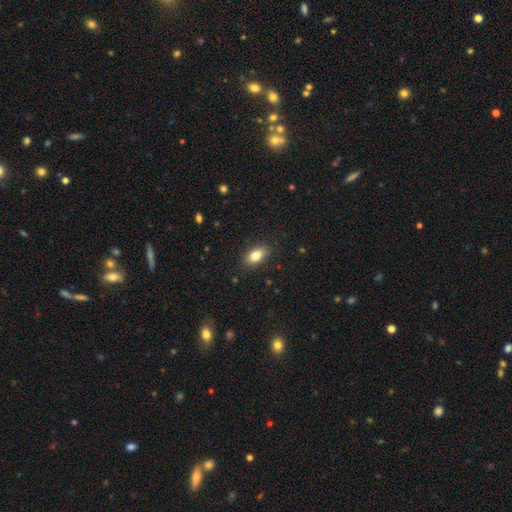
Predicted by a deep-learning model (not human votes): A smooth galaxy with no disk features (82%) that is in between round and cigar-shaped (89%).

Vote fractions:
- Smooth or featured? smooth: 82% / featured or disk: 11% / star or artifact: 8%
- How rounded? in between: 89% / round: 6% / cigar-shaped: 5%
- Merging? none: 87% / minor disturbance: 9% / major disturbance: 2% / merger: 1%